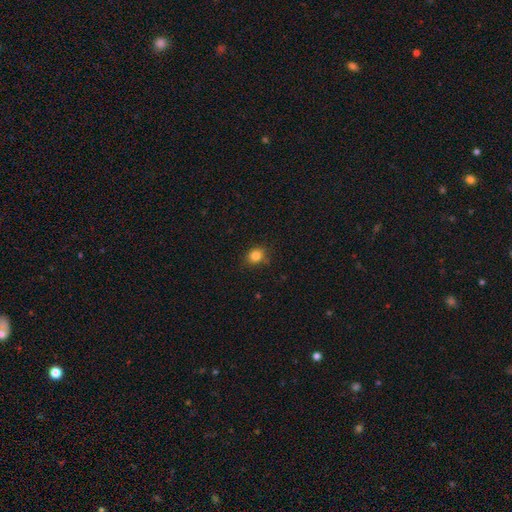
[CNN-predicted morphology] smooth 83%, star or artifact 12%, featured or disk 5%. Down the decision tree: how rounded — round (71%); merging — none (81%).